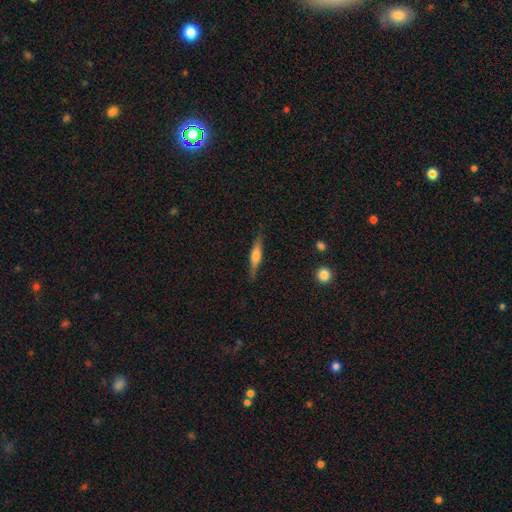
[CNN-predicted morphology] Q: Smooth or featured?
A: featured or disk (53%); runner-up: smooth (41%)
Q: Edge-on disk?
A: yes (94%); runner-up: no (6%)
Q: Merging?
A: none (85%); runner-up: minor disturbance (11%)